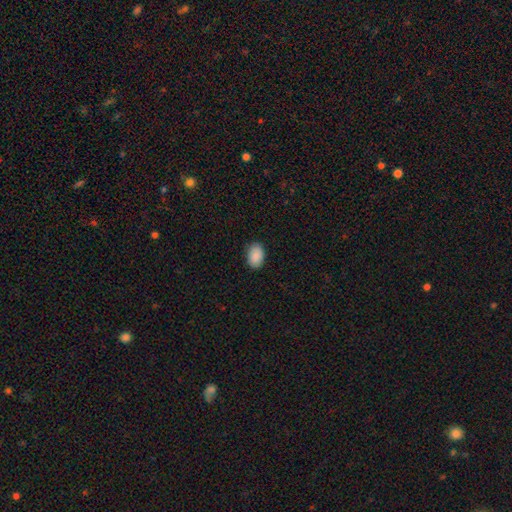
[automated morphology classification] Smooth or featured? Predicted: smooth (p=0.90). How rounded? Predicted: in between (p=0.88). Merging? Predicted: none (p=0.88).